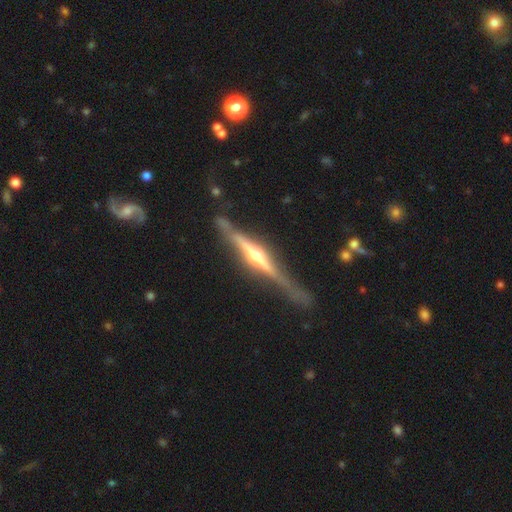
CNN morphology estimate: This is clearly a featured or disk galaxy (85%). It is clearly viewed edge-on (97%). Edge-on bulge: clearly rounded (89%). Merging: likely none (71%).